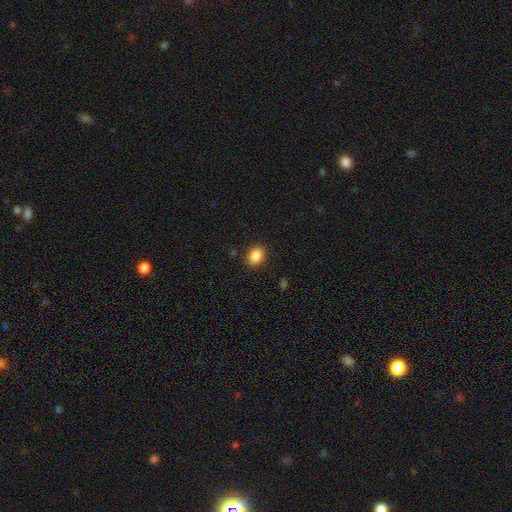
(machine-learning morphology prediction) This appears to be a smooth galaxy with no disk features (87%) that is in between round and cigar-shaped (69%). Merging: none (89%).